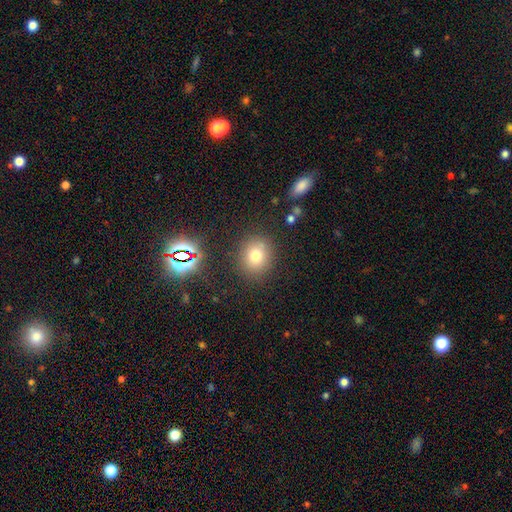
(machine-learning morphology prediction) smooth_or_featured: smooth (p=0.75) [alt: star or artifact p=0.16]
how_rounded: round (p=0.75) [alt: in between p=0.24]
merging: none (p=0.84) [alt: minor disturbance p=0.10]